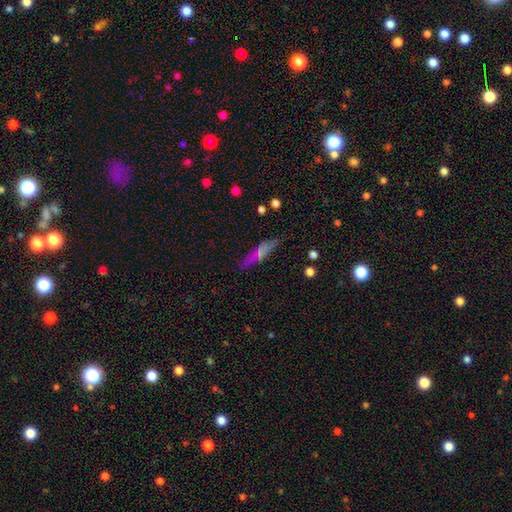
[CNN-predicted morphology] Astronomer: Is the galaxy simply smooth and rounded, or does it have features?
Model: smooth — 60%.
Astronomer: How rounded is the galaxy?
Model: cigar-shaped — 74%.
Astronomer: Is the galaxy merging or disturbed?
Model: none — 81%.